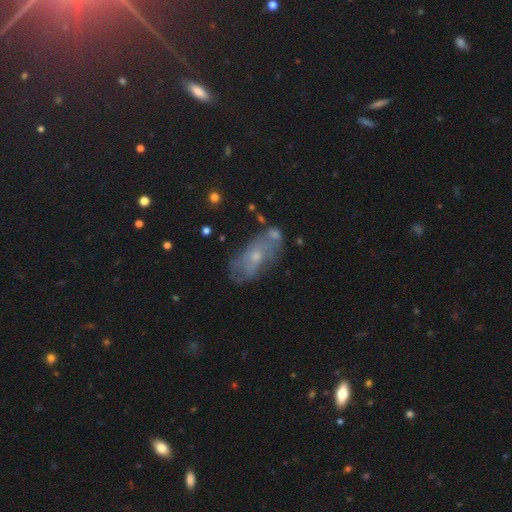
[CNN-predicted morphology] A featured or disk galaxy (56%) with no bar (78%), no spiral arms (51%) and a small central bulge (61%). Merging: none (54%).